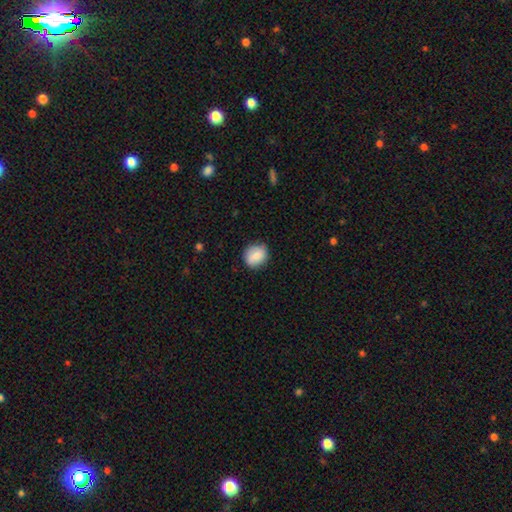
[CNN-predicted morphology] smooth 84%, featured or disk 8%, star or artifact 7%. Down the decision tree: how rounded — round (72%); merging — none (82%).